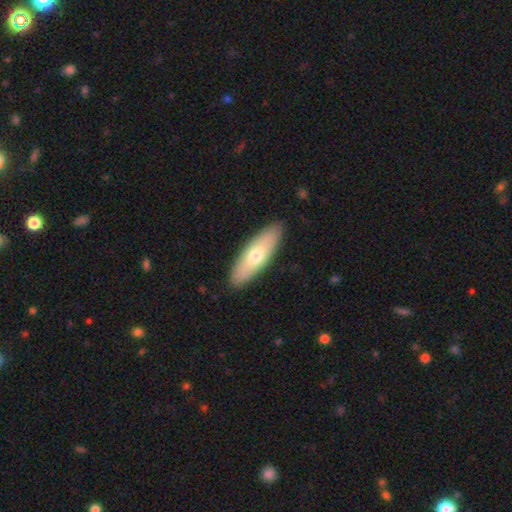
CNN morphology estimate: A smooth galaxy with no disk features (65%) that is in between round and cigar-shaped (52%).

Vote fractions:
- Smooth or featured? smooth: 65% / featured or disk: 30% / star or artifact: 5%
- How rounded? in between: 52% / cigar-shaped: 46% / round: 2%
- Merging? none: 90% / minor disturbance: 7% / major disturbance: 2% / merger: 1%